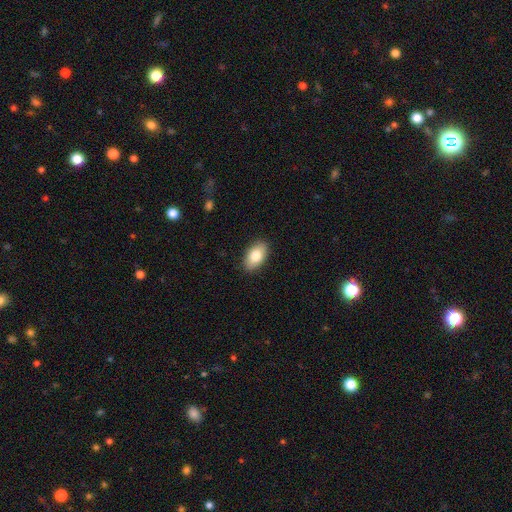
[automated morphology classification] A smooth galaxy with no disk features (80%) that is in between round and cigar-shaped (93%). Merging: none (89%).